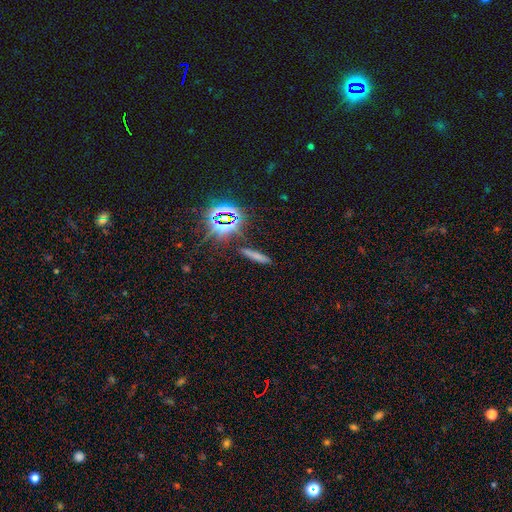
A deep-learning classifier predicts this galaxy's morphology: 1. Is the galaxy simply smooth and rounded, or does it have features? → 61% smooth, 26% star or artifact, 13% featured or disk.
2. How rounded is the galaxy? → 86% cigar-shaped, 11% in between, 3% round.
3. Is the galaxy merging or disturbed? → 84% none, 10% minor disturbance, 3% major disturbance, 3% merger.